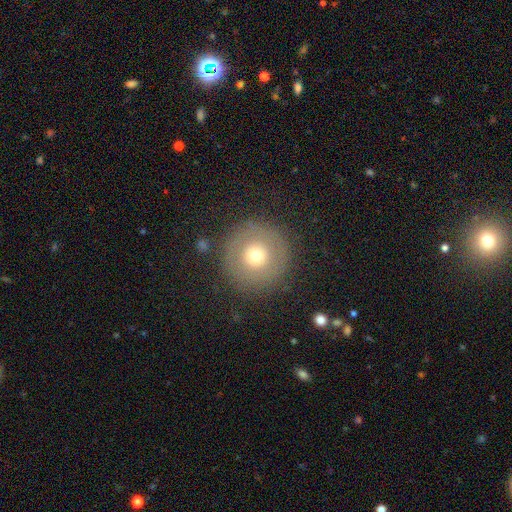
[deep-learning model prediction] A smooth galaxy with no disk features (61%) that is round (96%). Merging: none (85%).